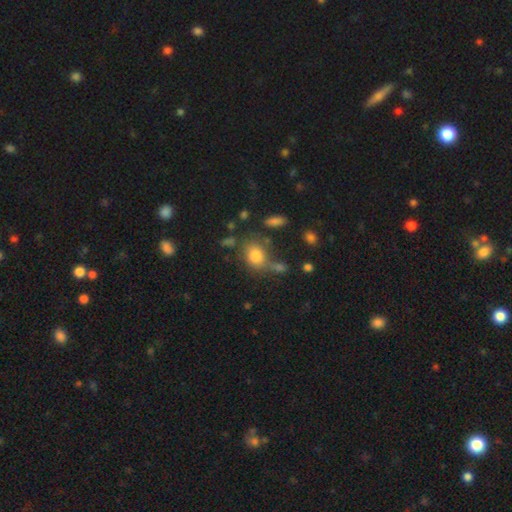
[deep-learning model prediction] A smooth galaxy with no disk features (79%) that is round (51%).

Vote fractions:
- Smooth or featured? smooth: 79% / star or artifact: 11% / featured or disk: 10%
- How rounded? round: 51% / in between: 47% / cigar-shaped: 2%
- Merging? none: 54% / merger: 18% / minor disturbance: 17% / major disturbance: 10%